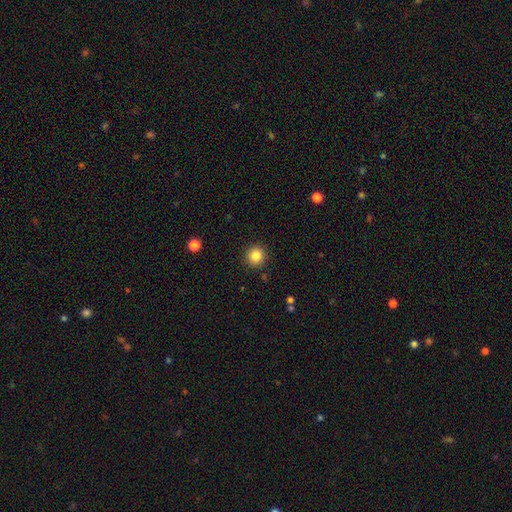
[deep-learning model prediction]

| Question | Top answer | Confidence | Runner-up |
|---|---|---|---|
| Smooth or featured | smooth | 84% | star or artifact (11%) |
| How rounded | round | 95% | in between (4%) |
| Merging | none | 92% | minor disturbance (5%) |